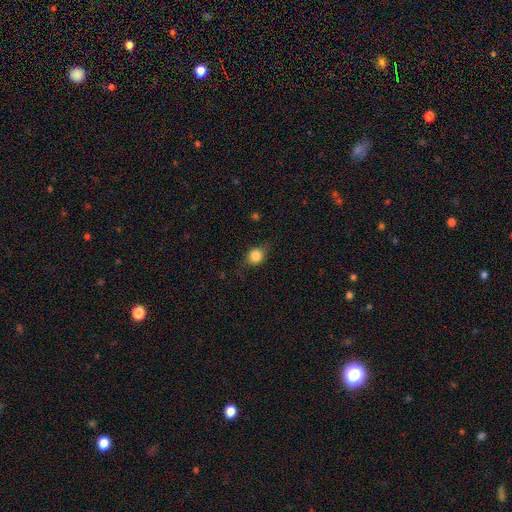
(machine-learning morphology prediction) The model was most divided on "how rounded": round: 65%, in between: 33%, cigar-shaped: 2%. More confident: smooth or featured — smooth (79%); merging — none (71%).